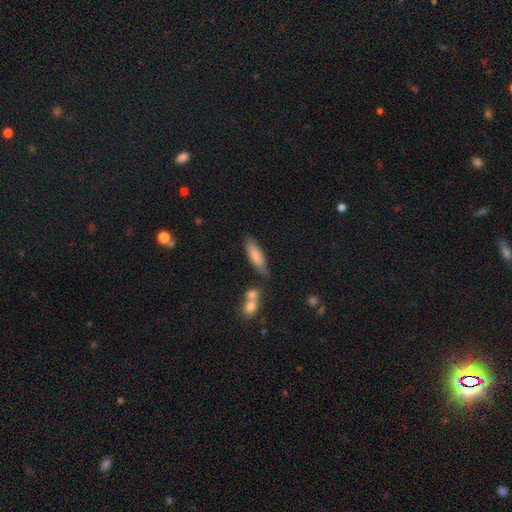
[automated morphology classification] A smooth galaxy with no disk features (81%) that is cigar-shaped (53%). Merging: none (75%).